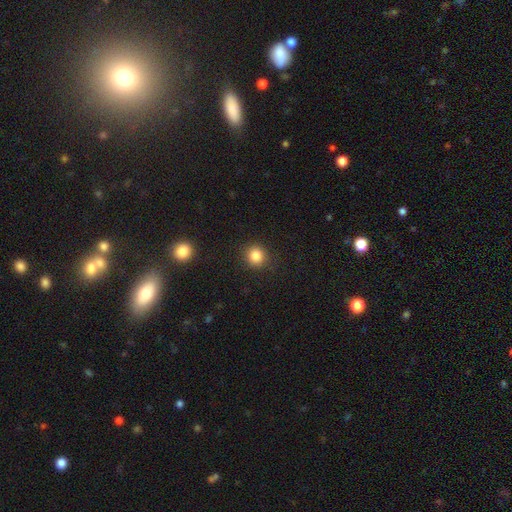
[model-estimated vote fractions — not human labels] smooth_or_featured: smooth (p=0.85) [alt: star or artifact p=0.11]
how_rounded: round (p=0.90) [alt: in between p=0.09]
merging: none (p=0.90) [alt: minor disturbance p=0.07]